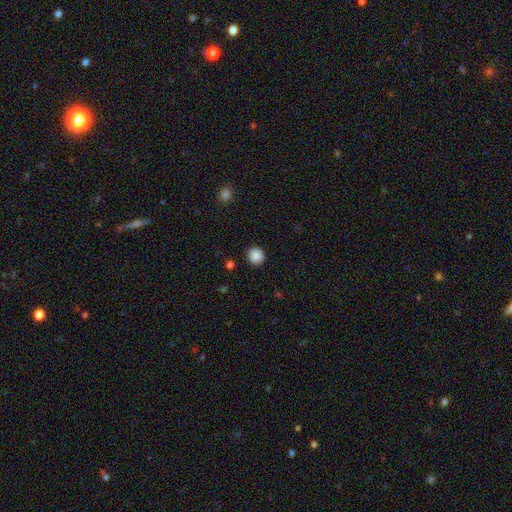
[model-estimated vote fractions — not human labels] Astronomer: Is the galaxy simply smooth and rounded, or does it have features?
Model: smooth — 88%.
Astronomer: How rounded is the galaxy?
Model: round — 92%.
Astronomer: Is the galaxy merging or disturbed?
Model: none — 91%.